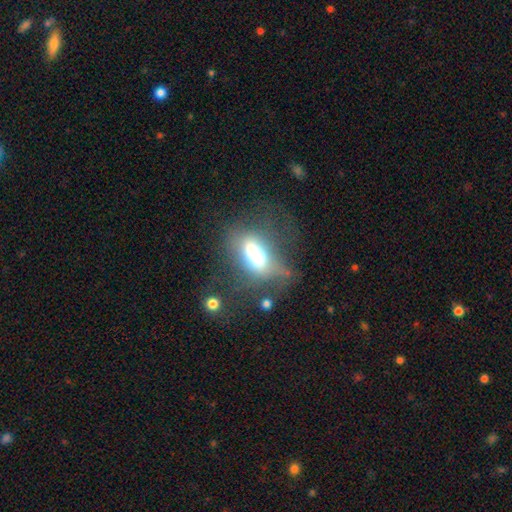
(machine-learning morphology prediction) A smooth galaxy with no disk features (56%) that is in between round and cigar-shaped (76%). Merging: none (37%).